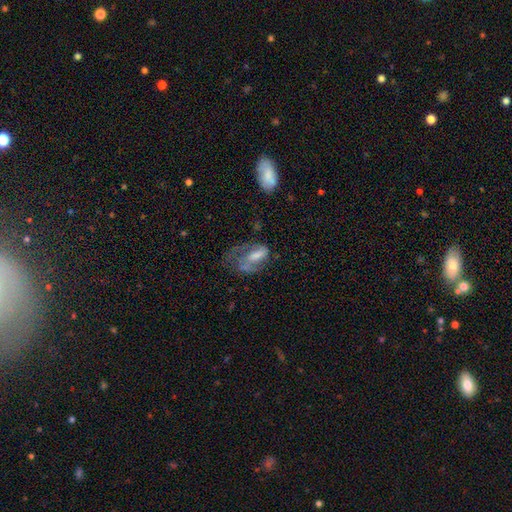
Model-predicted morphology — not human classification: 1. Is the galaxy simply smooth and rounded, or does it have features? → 57% featured or disk, 32% smooth, 11% star or artifact.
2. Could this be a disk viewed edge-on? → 93% no, 7% yes.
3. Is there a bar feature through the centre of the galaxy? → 49% no, 36% weak, 16% strong.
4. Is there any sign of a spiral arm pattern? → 60% yes, 40% no.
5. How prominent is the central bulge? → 37% moderate, 25% small, 22% none, 14% large, 2% dominant.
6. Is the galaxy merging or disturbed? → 40% major disturbance, 32% none, 22% minor disturbance, 5% merger.